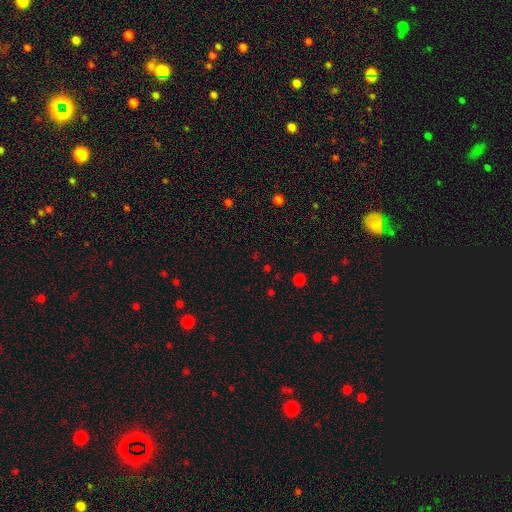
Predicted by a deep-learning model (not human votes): star or artifact 57%, smooth 36%, featured or disk 6%.